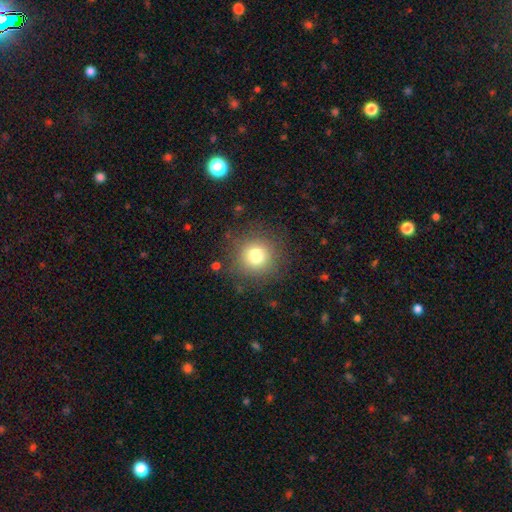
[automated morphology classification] Smooth or featured? smooth (77%)
How rounded? round (94%)
Merging? none (86%)